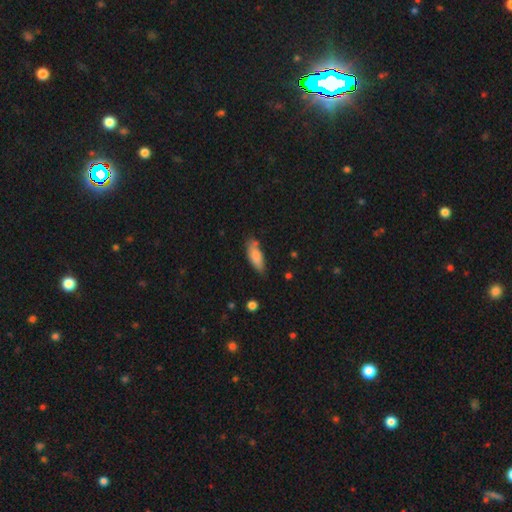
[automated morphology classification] Smooth or featured: smooth — 81% (featured or disk — 13%)
How rounded: in between — 72% (cigar-shaped — 26%)
Merging: none — 66% (minor disturbance — 26%)